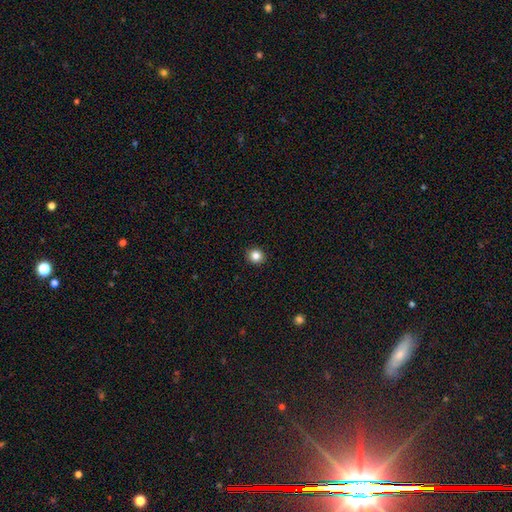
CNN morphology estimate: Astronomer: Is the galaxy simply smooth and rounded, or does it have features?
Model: smooth — 84%.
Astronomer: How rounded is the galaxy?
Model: round — 88%.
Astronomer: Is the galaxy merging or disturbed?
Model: none — 93%.